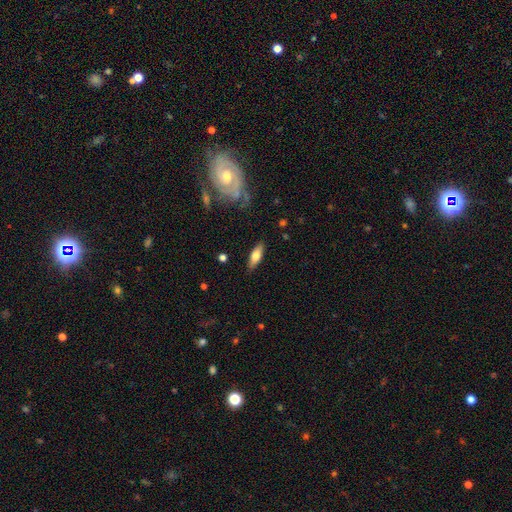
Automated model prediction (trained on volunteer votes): Smooth or featured: smooth — 62% (featured or disk — 31%)
How rounded: in between — 62% (cigar-shaped — 36%)
Merging: none — 86% (minor disturbance — 11%)